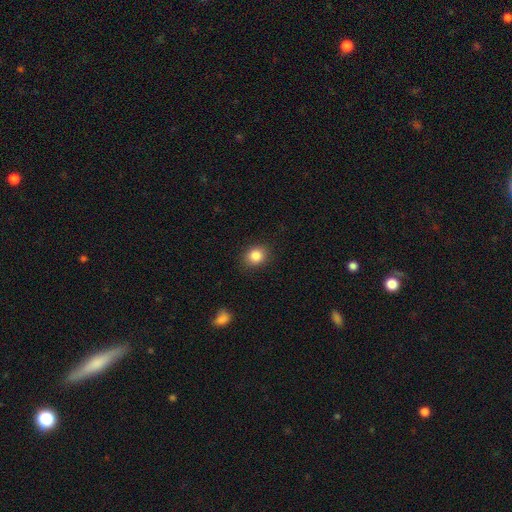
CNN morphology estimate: smooth-or-featured: smooth: 86% | star or artifact: 9% | featured or disk: 5%
  how-rounded: round: 63% | in between: 36% | cigar-shaped: 1%
  merging: none: 88% | minor disturbance: 9% | major disturbance: 2% | merger: 1%